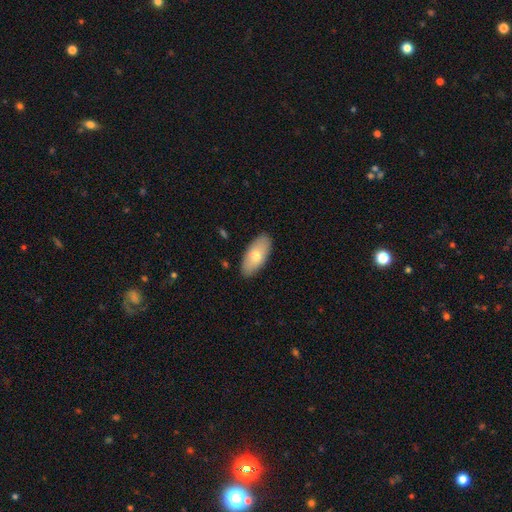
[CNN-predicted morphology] Smooth or featured?
  - smooth: 72% *
  - featured or disk: 23%
  - star or artifact: 6%
How rounded?
  - in between: 90% *
  - cigar-shaped: 7%
  - round: 2%
Merging?
  - none: 88% *
  - minor disturbance: 9%
  - major disturbance: 2%
  - merger: 1%